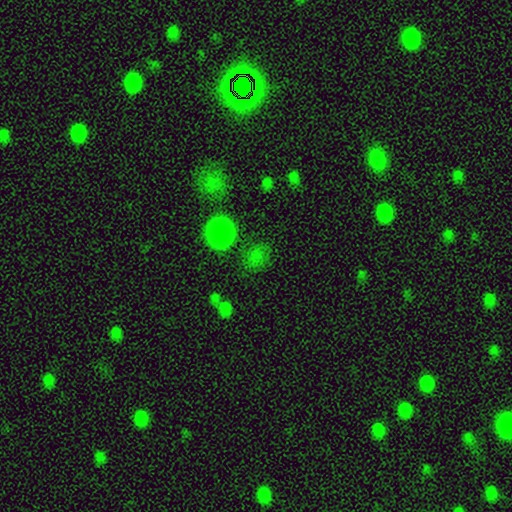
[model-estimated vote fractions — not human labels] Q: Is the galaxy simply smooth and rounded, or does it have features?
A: smooth — 71%.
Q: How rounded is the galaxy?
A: round — 64%.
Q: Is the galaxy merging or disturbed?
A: none — 73%.